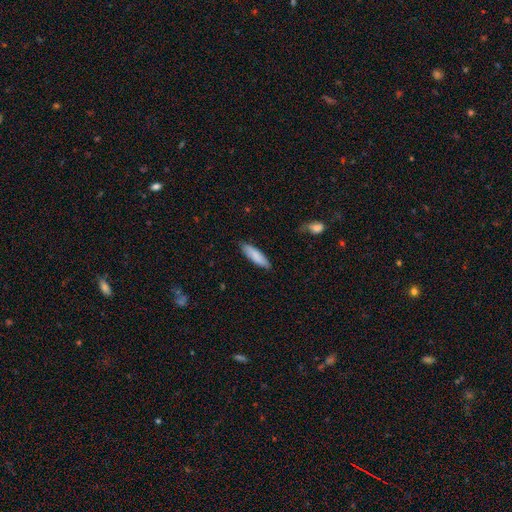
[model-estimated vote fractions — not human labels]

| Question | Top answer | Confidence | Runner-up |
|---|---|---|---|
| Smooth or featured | smooth | 84% | featured or disk (11%) |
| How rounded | cigar-shaped | 64% | in between (34%) |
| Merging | none | 84% | minor disturbance (12%) |